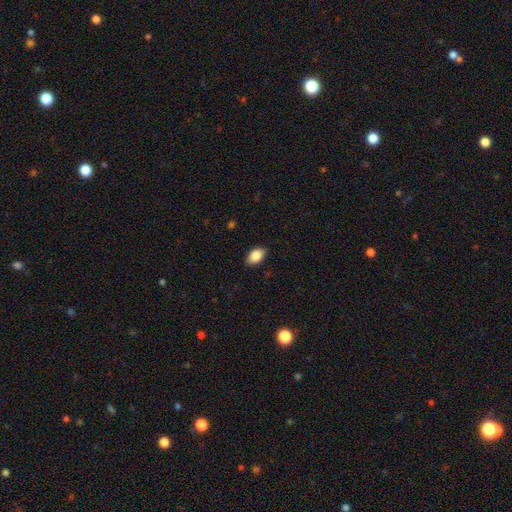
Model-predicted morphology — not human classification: smooth_or_featured: smooth (p=0.85) [alt: featured or disk p=0.08]
how_rounded: in between (p=0.92) [alt: round p=0.06]
merging: none (p=0.88) [alt: minor disturbance p=0.09]